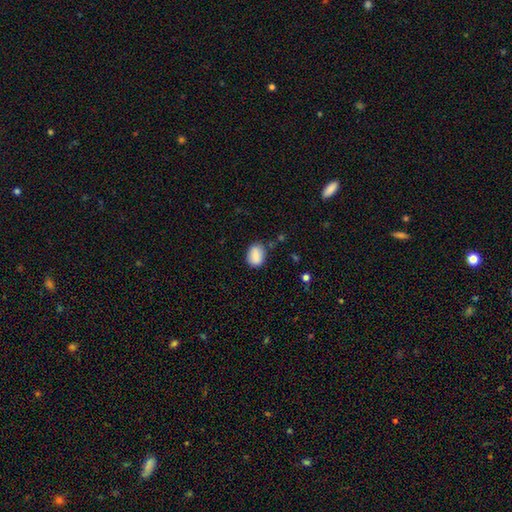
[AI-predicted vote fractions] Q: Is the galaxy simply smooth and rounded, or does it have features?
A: smooth — 86%.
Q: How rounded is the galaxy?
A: in between — 72%.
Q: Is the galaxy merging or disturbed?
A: none — 74%.